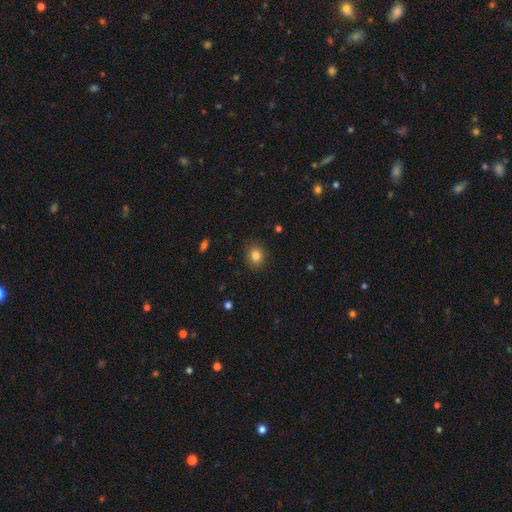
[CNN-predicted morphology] A smooth galaxy with no disk features (84%) that is round (64%).

Vote fractions:
- Smooth or featured? smooth: 84% / star or artifact: 10% / featured or disk: 6%
- How rounded? round: 64% / in between: 35% / cigar-shaped: 1%
- Merging? none: 88% / minor disturbance: 8% / major disturbance: 3% / merger: 1%